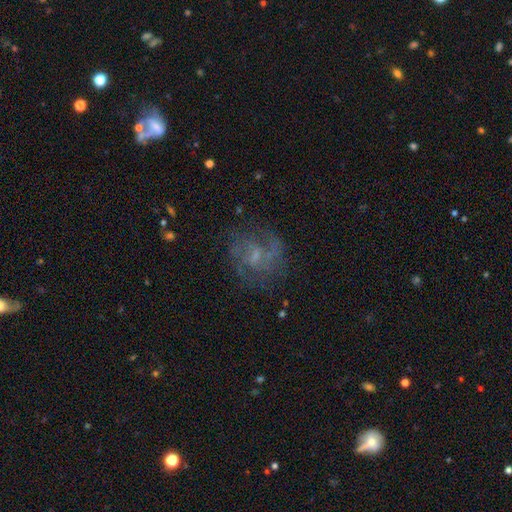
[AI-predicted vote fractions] Smooth or featured? featured or disk (69%)
Edge-on disk? no (97%)
Bar? no (47%)
Spiral arms? yes (84%)
Spiral winding? medium (47%)
Spiral arm count? 2 (43%)
Bulge size? small (51%)
Merging? none (66%)